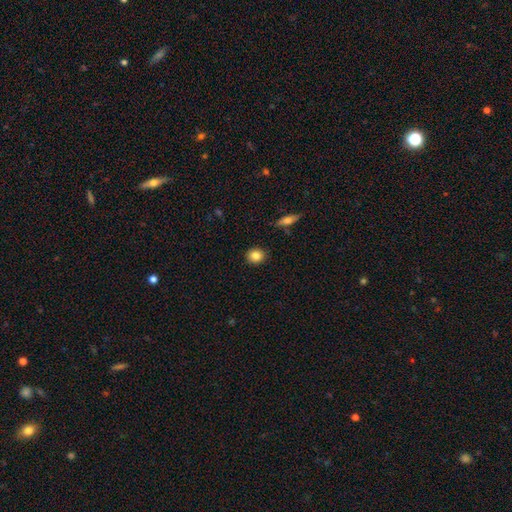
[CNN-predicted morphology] Smooth or featured? Predicted: smooth (p=0.84). How rounded? Predicted: round (p=0.82). Merging? Predicted: none (p=0.90).